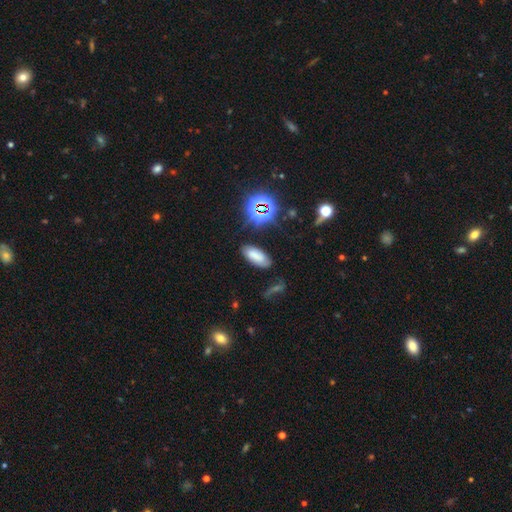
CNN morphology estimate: Overall: smooth (67%). How rounded: in between (88%). Merging: none (75%).